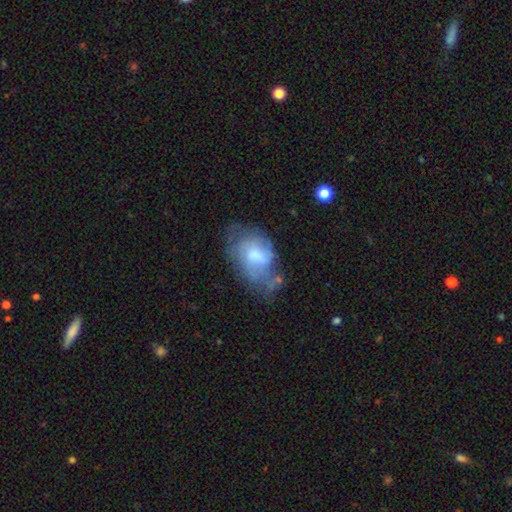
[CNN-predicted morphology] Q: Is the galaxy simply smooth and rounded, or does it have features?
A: smooth — 49%.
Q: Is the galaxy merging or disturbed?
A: major disturbance — 32%.